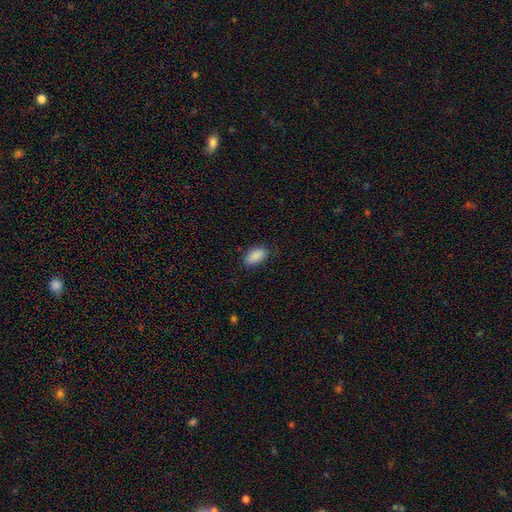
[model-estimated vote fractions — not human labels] A smooth galaxy with no disk features (89%) that is in between round and cigar-shaped (93%). Merging: none (78%).